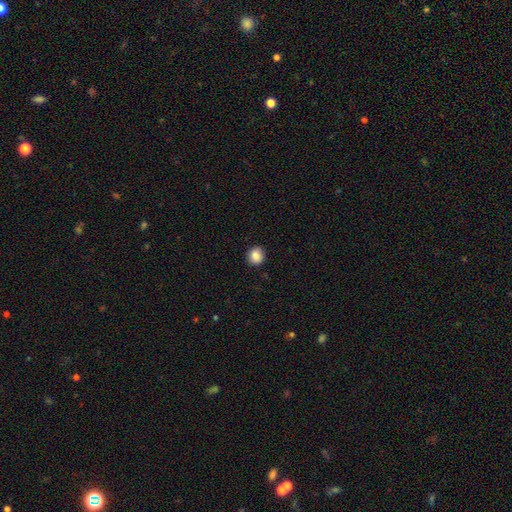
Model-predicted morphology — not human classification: This appears to be a smooth galaxy with no disk features (87%) that is round (81%). Merging: none (88%).